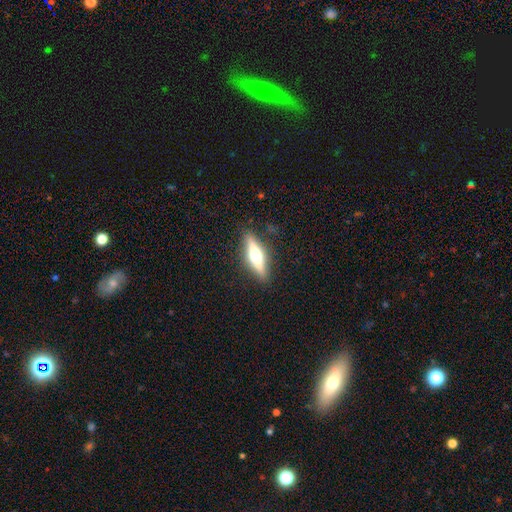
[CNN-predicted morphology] This is possibly a featured or disk galaxy (58%). It is clearly viewed edge-on (93%). Edge-on bulge: clearly rounded (94%). Merging: clearly none (88%).